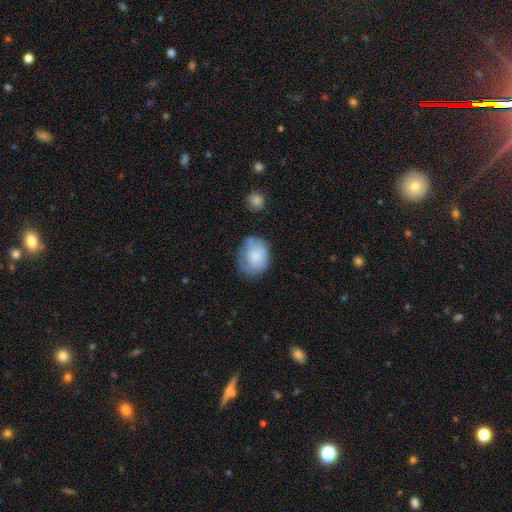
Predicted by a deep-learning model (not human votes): Q: Smooth or featured?
A: smooth (69%); runner-up: featured or disk (24%)
Q: How rounded?
A: in between (52%); runner-up: round (47%)
Q: Merging?
A: none (54%); runner-up: minor disturbance (30%)